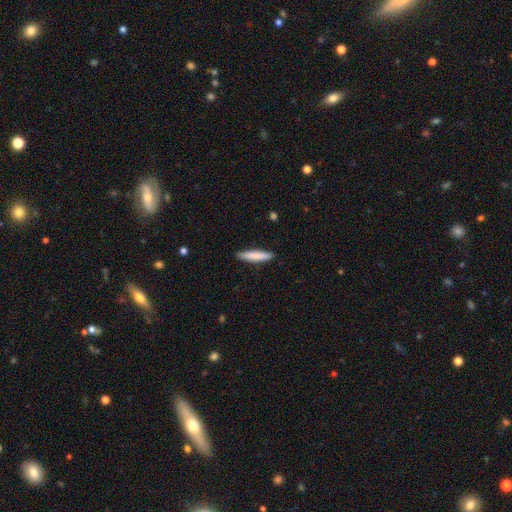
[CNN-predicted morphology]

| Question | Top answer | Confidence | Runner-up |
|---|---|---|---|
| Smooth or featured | smooth | 81% | featured or disk (13%) |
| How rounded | cigar-shaped | 90% | in between (9%) |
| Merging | none | 89% | minor disturbance (8%) |